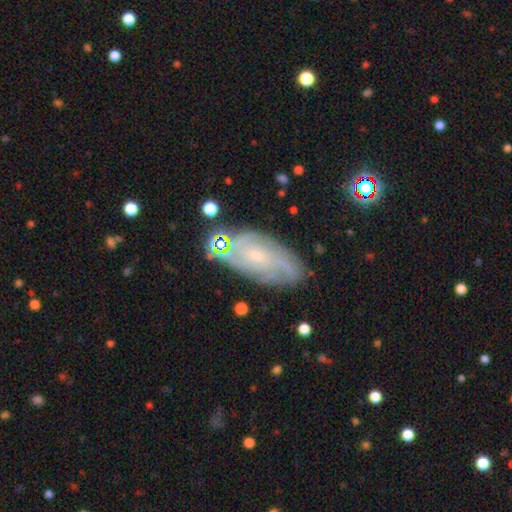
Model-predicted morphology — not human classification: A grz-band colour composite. It shows a featured or disk galaxy (75%) with no bar (69%), tight (57%) spiral arms (93%) and a small central bulge (75%). Merging: none (75%).